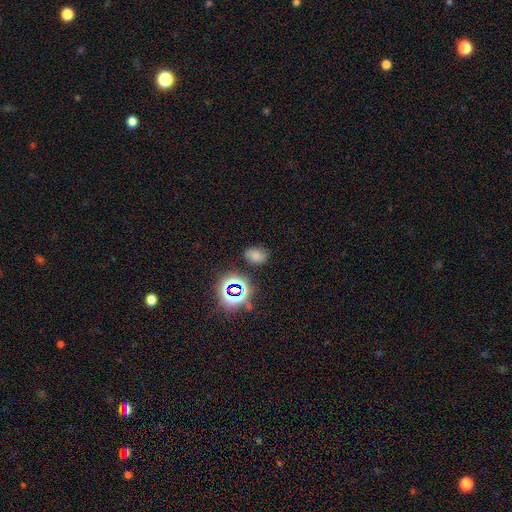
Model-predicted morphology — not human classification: A smooth galaxy with no disk features (57%) that is in between round and cigar-shaped (75%).

Vote fractions:
- Smooth or featured? smooth: 57% / star or artifact: 28% / featured or disk: 15%
- How rounded? in between: 75% / round: 23% / cigar-shaped: 1%
- Merging? none: 74% / minor disturbance: 17% / major disturbance: 6% / merger: 3%